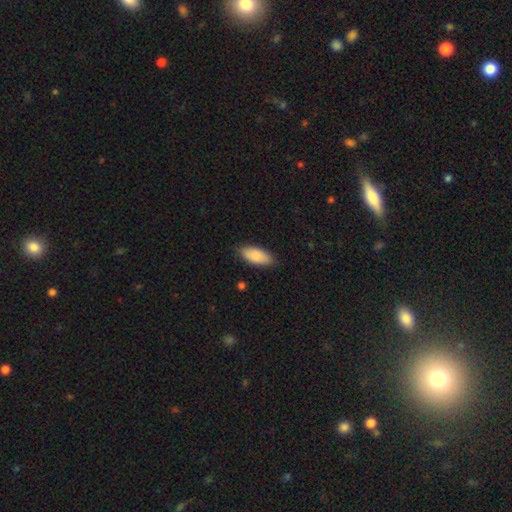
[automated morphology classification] smooth 87%, featured or disk 8%, star or artifact 6%. Down the decision tree: how rounded — in between (87%); merging — none (86%).